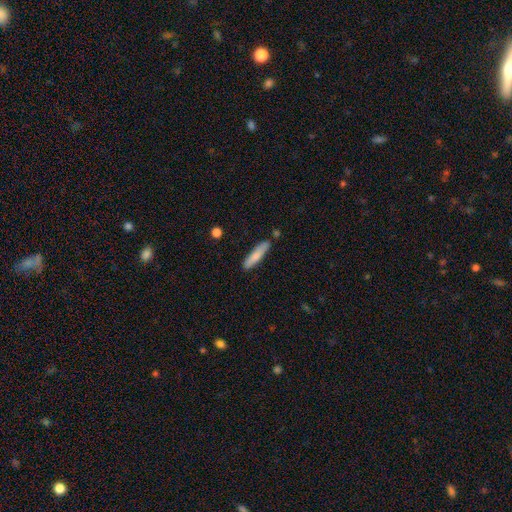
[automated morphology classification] Smooth or featured?
  - smooth: 77% *
  - featured or disk: 17%
  - star or artifact: 6%
How rounded?
  - cigar-shaped: 84% *
  - in between: 15%
  - round: 1%
Merging?
  - none: 80% *
  - minor disturbance: 13%
  - merger: 4%
  - major disturbance: 3%